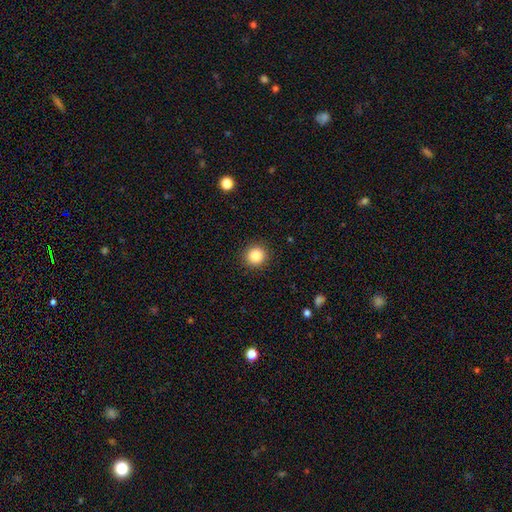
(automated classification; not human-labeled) smooth 86%, star or artifact 10%, featured or disk 4%. Down the decision tree: how rounded — round (93%); merging — none (91%).